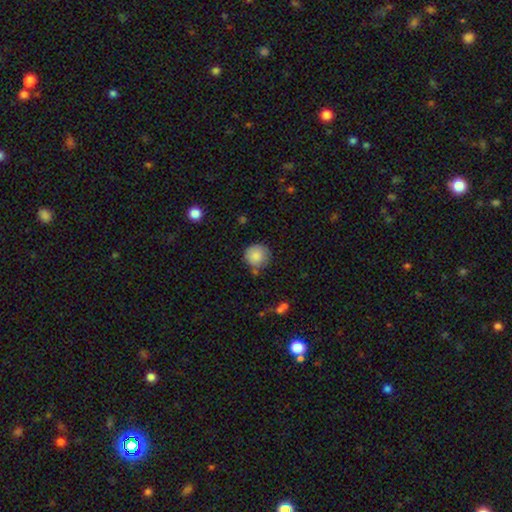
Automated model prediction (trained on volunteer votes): smooth 86%, star or artifact 8%, featured or disk 6%. Down the decision tree: how rounded — round (93%); merging — none (72%).